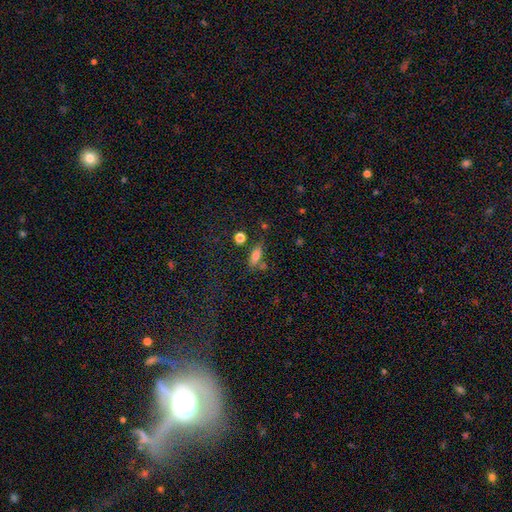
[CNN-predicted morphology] smooth-or-featured: smooth: 71% | featured or disk: 17% | star or artifact: 12%
  how-rounded: in between: 64% | cigar-shaped: 31% | round: 5%
  merging: none: 65% | minor disturbance: 17% | merger: 12% | major disturbance: 6%